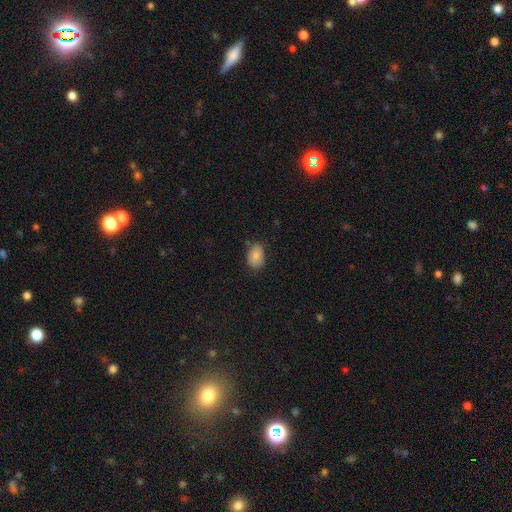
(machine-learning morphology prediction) type=smooth (81%); roundness=in between (82%); merging=none (72%).